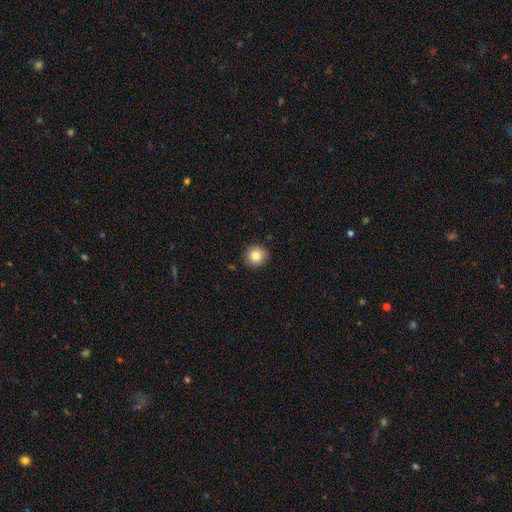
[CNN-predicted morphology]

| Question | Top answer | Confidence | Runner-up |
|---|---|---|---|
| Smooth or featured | smooth | 83% | star or artifact (10%) |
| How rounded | round | 92% | in between (7%) |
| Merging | none | 90% | minor disturbance (7%) |